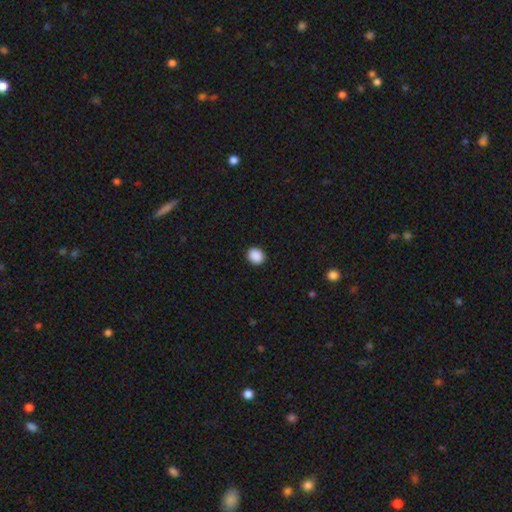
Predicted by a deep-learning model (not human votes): smooth-or-featured: smooth: 90% | star or artifact: 8% | featured or disk: 2%
  how-rounded: round: 68% | in between: 31% | cigar-shaped: 1%
  merging: none: 92% | minor disturbance: 5% | major disturbance: 2% | merger: 1%